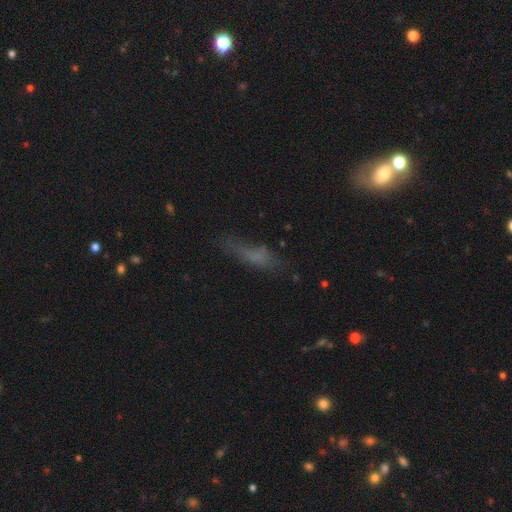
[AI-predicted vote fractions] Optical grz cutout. It shows a smooth galaxy with no disk features (60%) that is cigar-shaped (56%). Merging: none (51%).